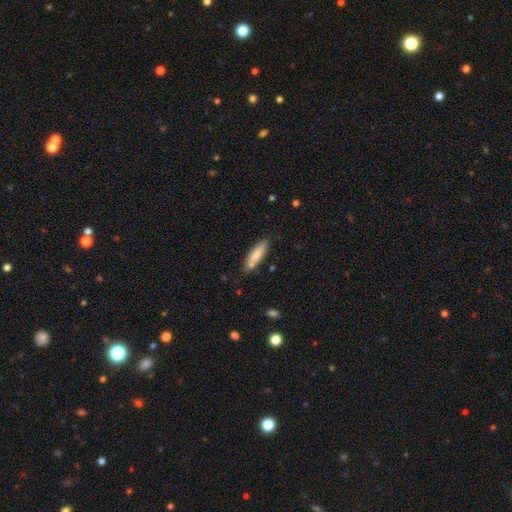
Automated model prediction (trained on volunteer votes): Smooth or featured: smooth — 78% (featured or disk — 16%)
How rounded: cigar-shaped — 57% (in between — 41%)
Merging: none — 79% (minor disturbance — 14%)